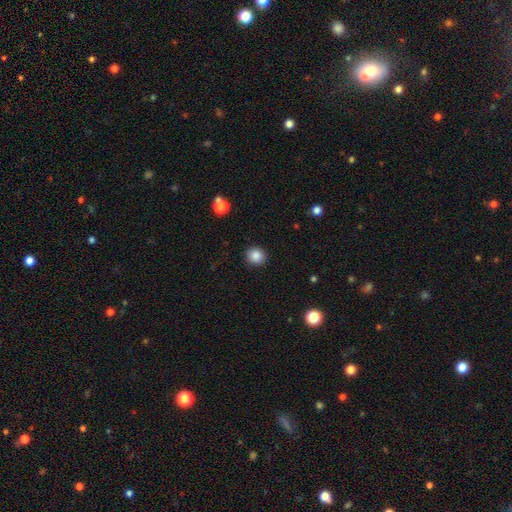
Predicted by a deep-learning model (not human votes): Overall: smooth (87%). How rounded: round (85%). Merging: none (91%).